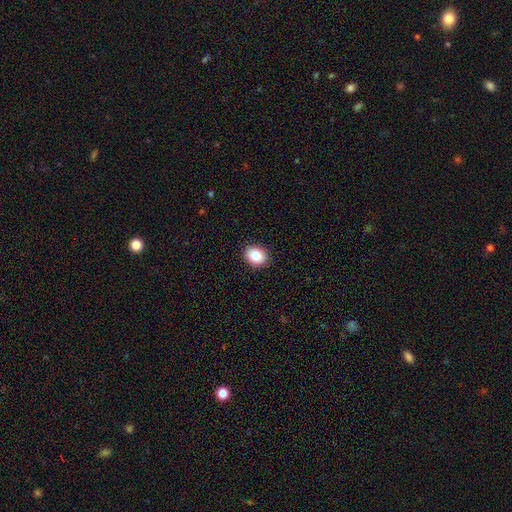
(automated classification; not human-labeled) smooth_or_featured: smooth (p=0.86) [alt: star or artifact p=0.08]
how_rounded: in between (p=0.52) [alt: round p=0.47]
merging: none (p=0.91) [alt: minor disturbance p=0.07]